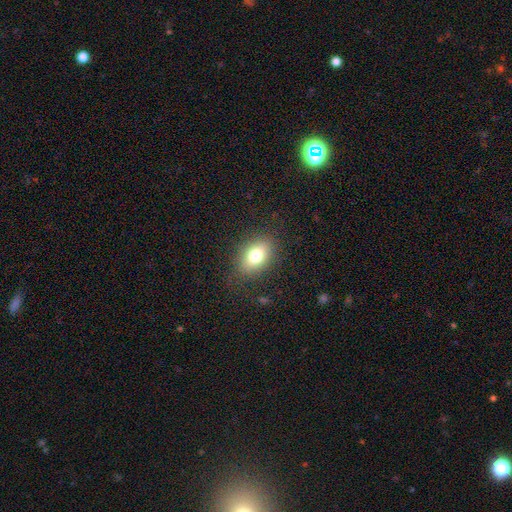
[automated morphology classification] Smooth or featured? smooth (77%)
How rounded? in between (81%)
Merging? none (82%)